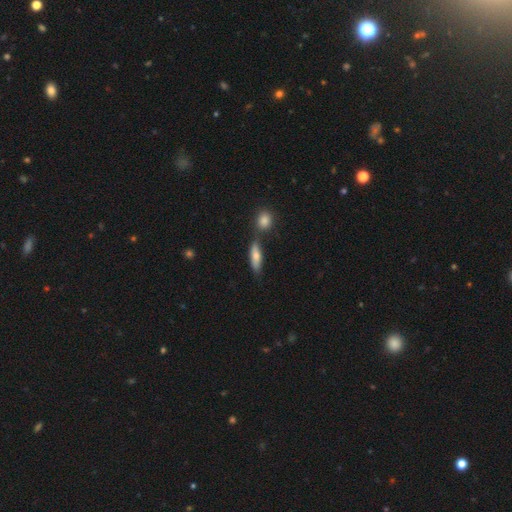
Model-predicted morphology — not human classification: Smooth or featured?
  - smooth: 69% *
  - featured or disk: 23%
  - star or artifact: 7%
How rounded?
  - in between: 48% * (tied)
  - cigar-shaped: 48% * (tied)
  - round: 3%
Merging?
  - none: 63% *
  - merger: 19%
  - minor disturbance: 14%
  - major disturbance: 4%